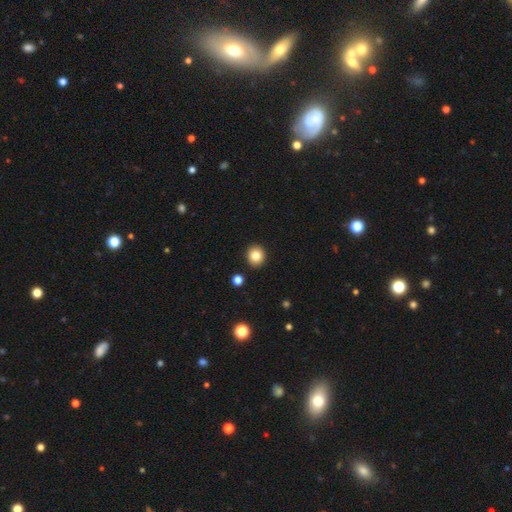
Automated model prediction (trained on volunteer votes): smooth 83%, star or artifact 10%, featured or disk 7%. Down the decision tree: how rounded — round (83%); merging — none (91%).